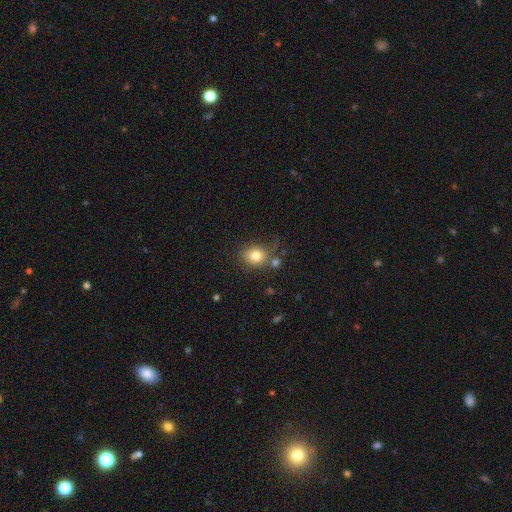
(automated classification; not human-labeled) A smooth galaxy with no disk features (80%) that is round (73%). Merging: none (68%).